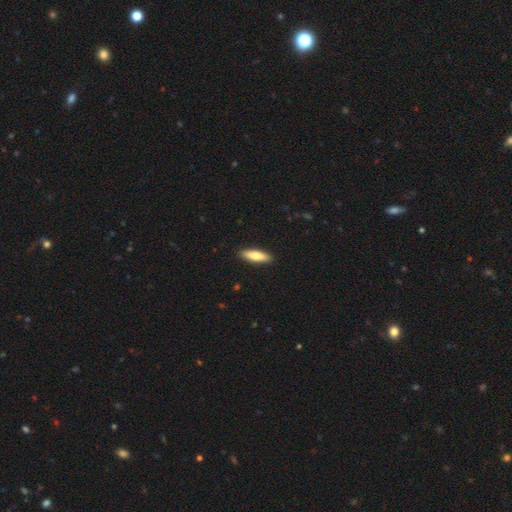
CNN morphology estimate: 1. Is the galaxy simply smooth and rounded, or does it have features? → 74% smooth, 21% featured or disk, 5% star or artifact.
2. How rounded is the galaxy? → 57% cigar-shaped, 41% in between, 2% round.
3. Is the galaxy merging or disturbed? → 91% none, 7% minor disturbance, 1% major disturbance, 1% merger.